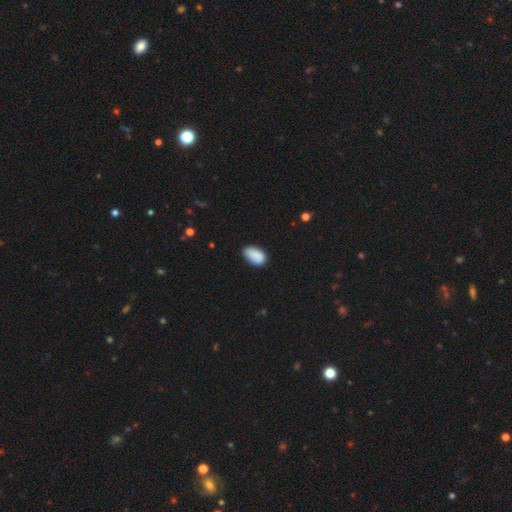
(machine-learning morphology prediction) A smooth galaxy with no disk features (88%) that is in between round and cigar-shaped (93%).

Vote fractions:
- Smooth or featured? smooth: 88% / star or artifact: 7% / featured or disk: 5%
- How rounded? in between: 93% / round: 5% / cigar-shaped: 2%
- Merging? none: 74% / minor disturbance: 21% / major disturbance: 3% / merger: 2%